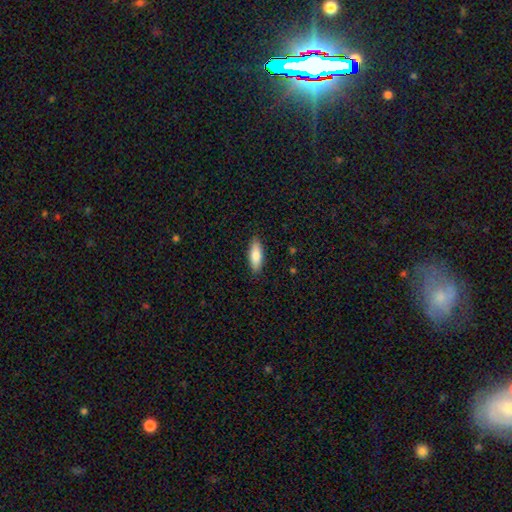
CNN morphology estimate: This appears to be a smooth galaxy with no disk features (80%) that is in between round and cigar-shaped (64%). Merging: none (88%).